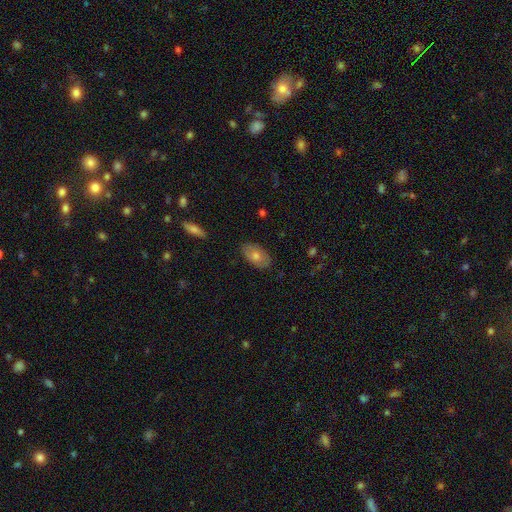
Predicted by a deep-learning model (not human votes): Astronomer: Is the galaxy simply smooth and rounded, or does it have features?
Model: smooth — 62%.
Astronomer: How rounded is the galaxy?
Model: in between — 92%.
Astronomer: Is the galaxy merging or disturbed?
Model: none — 85%.